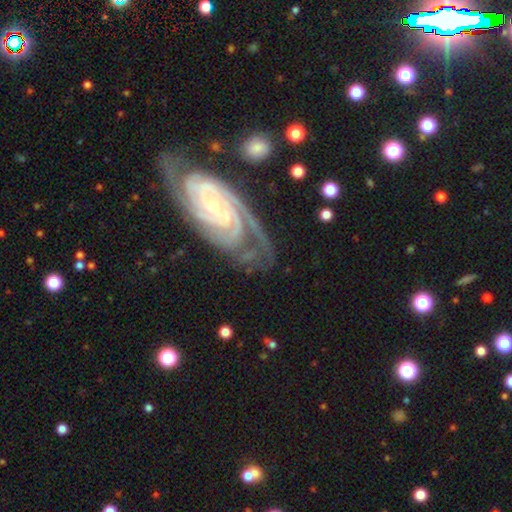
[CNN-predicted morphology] A featured or disk galaxy (89%) with no bar (65%), 2 (39%) tight (75%) spiral arms (98%) and a small central bulge (78%).

Vote fractions:
- Smooth or featured? featured or disk: 89% / star or artifact: 6% / smooth: 5%
- Edge-on disk? no: 95% / yes: 5%
- Bar? no: 65% / weak: 22% / strong: 12%
- Spiral arms? yes: 98% / no: 2%
- Spiral winding? tight: 75% / medium: 21% / loose: 3%
- Spiral arm count? 2: 39% / 3: 22% / can't tell: 16% / 4: 11% / more than 4: 6% / 1: 6%
- Bulge size? small: 78% / moderate: 18% / none: 2% / large: 1% / dominant: 1%
- Merging? none: 76% / minor disturbance: 15% / major disturbance: 6% / merger: 2%